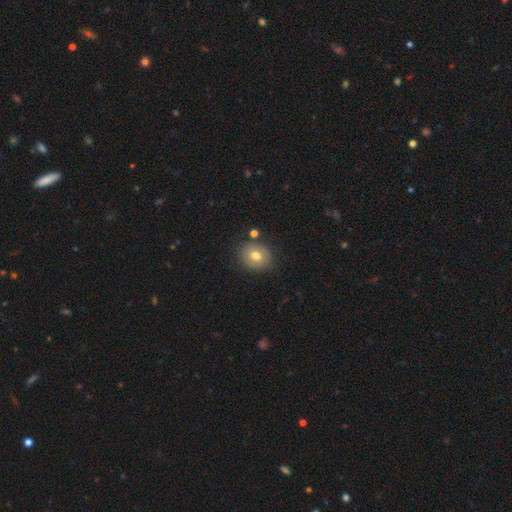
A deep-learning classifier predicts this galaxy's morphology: A smooth galaxy with no disk features (72%) that is round (71%).

Vote fractions:
- Smooth or featured? smooth: 72% / featured or disk: 19% / star or artifact: 10%
- How rounded? round: 71% / in between: 28% / cigar-shaped: 1%
- Merging? none: 82% / minor disturbance: 11% / merger: 5% / major disturbance: 3%